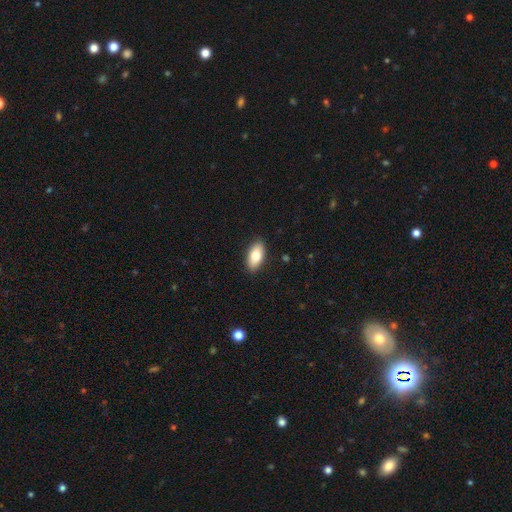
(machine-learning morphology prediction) Q: Smooth or featured?
A: smooth (80%); runner-up: featured or disk (14%)
Q: How rounded?
A: in between (89%); runner-up: cigar-shaped (8%)
Q: Merging?
A: none (89%); runner-up: minor disturbance (8%)